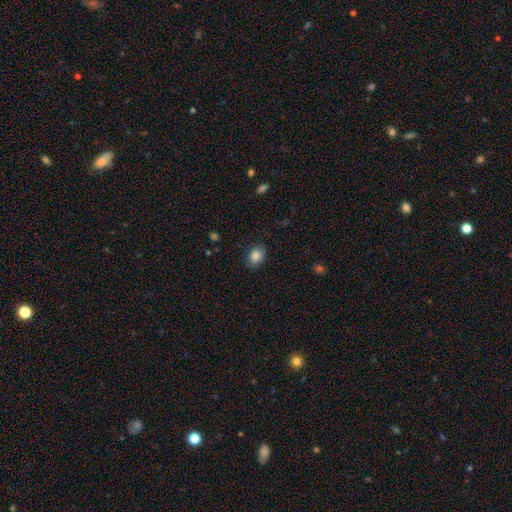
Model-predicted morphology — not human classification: This appears to be a smooth galaxy with no disk features (85%) that is in between round and cigar-shaped (63%). Merging: none (84%).